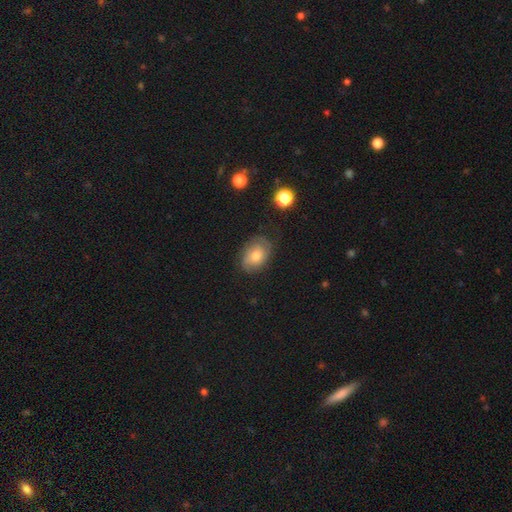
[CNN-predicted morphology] Smooth or featured?
  - smooth: 52% *
  - featured or disk: 38%
  - star or artifact: 10%
How rounded?
  - in between: 74% *
  - round: 25%
  - cigar-shaped: 1%
Merging?
  - none: 72% *
  - minor disturbance: 21%
  - major disturbance: 6%
  - merger: 1%